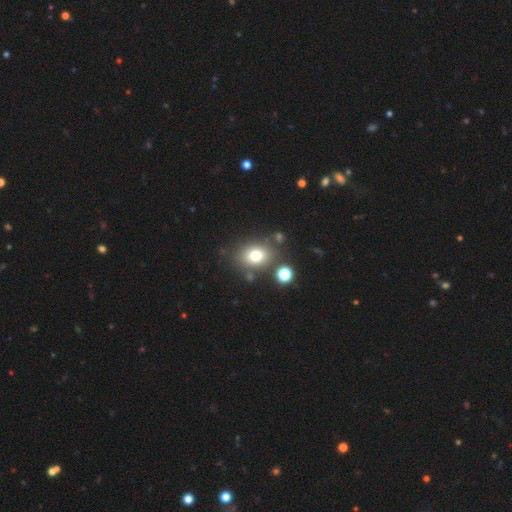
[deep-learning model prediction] The model was most divided on "how rounded": in between: 55%, round: 44%, cigar-shaped: 1%. More confident: smooth or featured — smooth (76%); merging — none (75%).